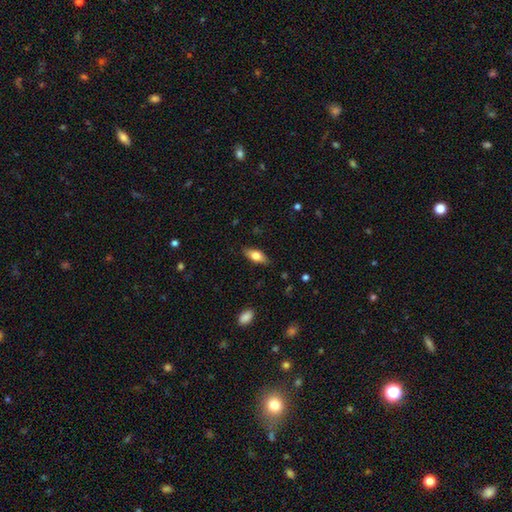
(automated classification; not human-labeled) Smooth or featured: smooth — 72% (featured or disk — 21%)
How rounded: in between — 82% (cigar-shaped — 15%)
Merging: none — 85% (minor disturbance — 12%)